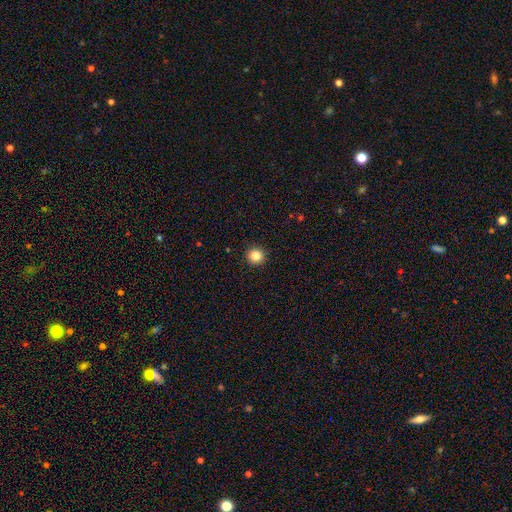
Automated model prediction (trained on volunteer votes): Smooth or featured? smooth (84%)
How rounded? round (94%)
Merging? none (93%)